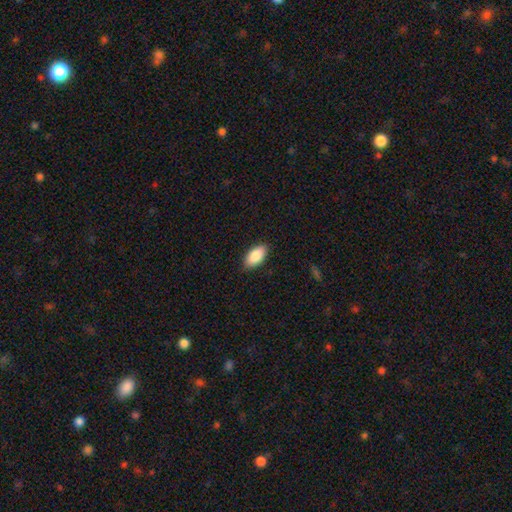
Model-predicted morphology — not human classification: smooth 87%, featured or disk 7%, star or artifact 6%. Down the decision tree: how rounded — in between (93%); merging — none (86%).